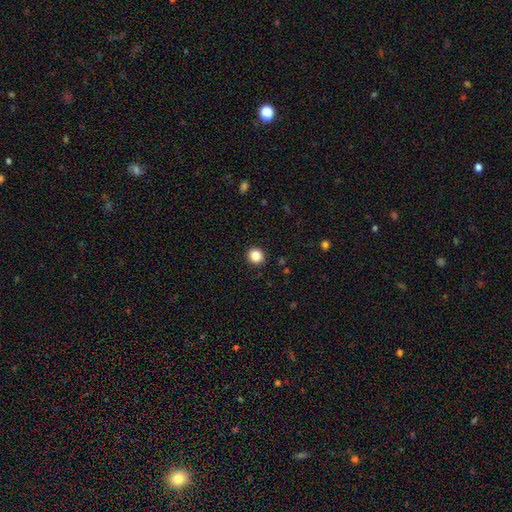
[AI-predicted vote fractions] The model was most divided on "how rounded": round: 85%, in between: 14%, cigar-shaped: 1%. More confident: merging — none (92%); smooth or featured — smooth (86%).